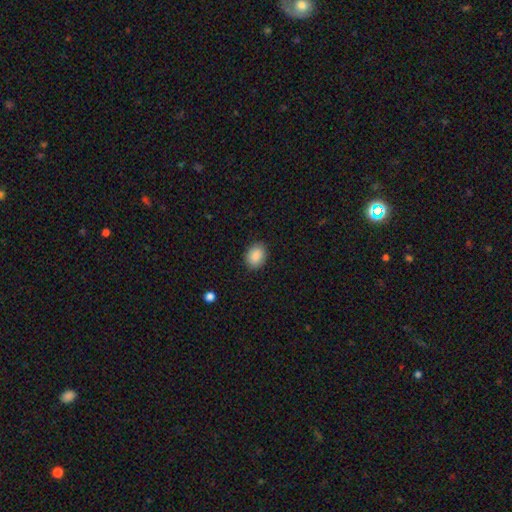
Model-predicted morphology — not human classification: smooth-or-featured: smooth: 88% | star or artifact: 7% | featured or disk: 4%
  how-rounded: in between: 63% | round: 36% | cigar-shaped: 1%
  merging: none: 87% | minor disturbance: 10% | major disturbance: 2% | merger: 1%